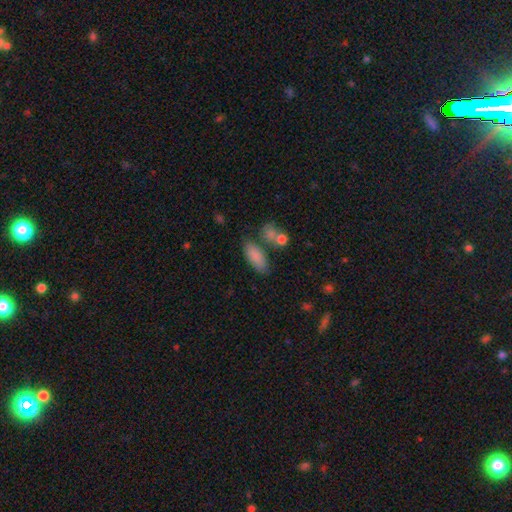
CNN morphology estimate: type=smooth (85%); roundness=in between (79%); merging=none (67%).